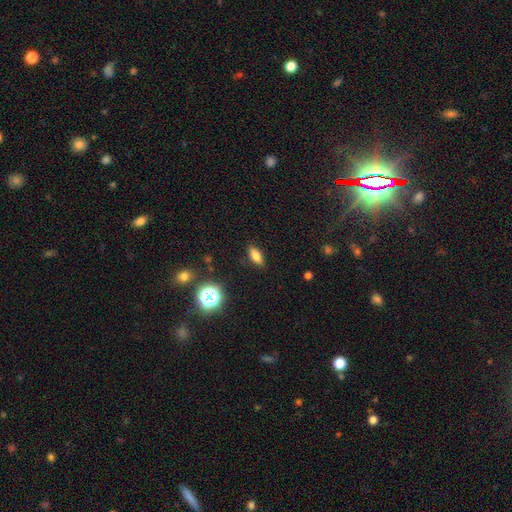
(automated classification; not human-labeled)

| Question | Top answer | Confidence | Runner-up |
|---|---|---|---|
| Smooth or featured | smooth | 71% | featured or disk (15%) |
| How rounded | in between | 76% | cigar-shaped (18%) |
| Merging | none | 87% | minor disturbance (9%) |